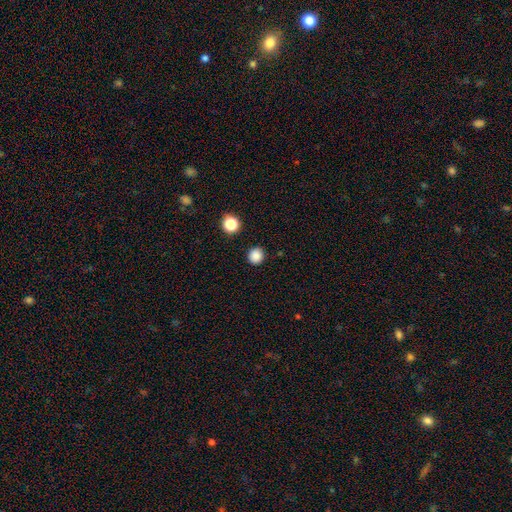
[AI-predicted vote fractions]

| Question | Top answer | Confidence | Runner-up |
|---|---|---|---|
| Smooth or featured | smooth | 86% | star or artifact (12%) |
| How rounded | round | 94% | in between (5%) |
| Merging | none | 91% | minor disturbance (5%) |